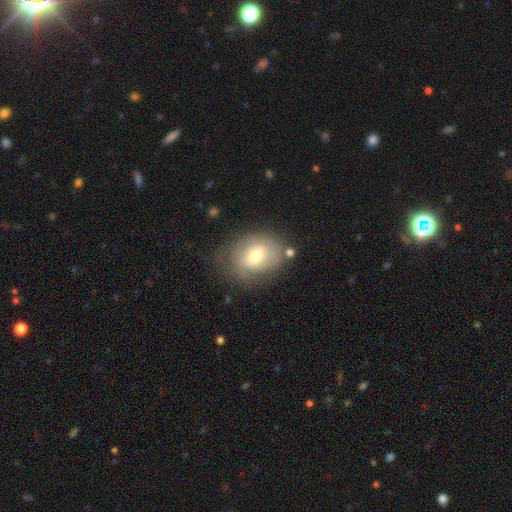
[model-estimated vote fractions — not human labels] Smooth or featured: smooth — 63% (featured or disk — 28%)
How rounded: in between — 57% (round — 42%)
Merging: none — 66% (minor disturbance — 21%)